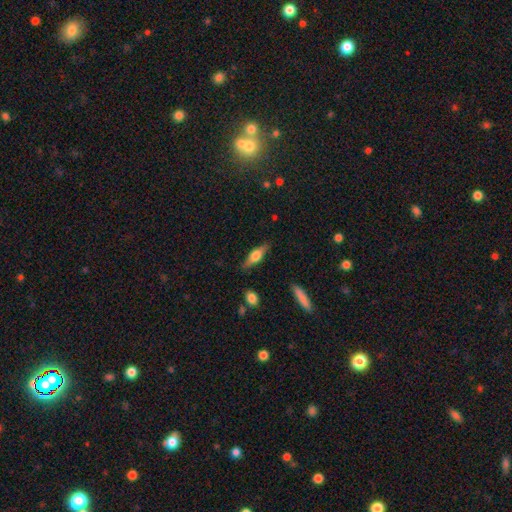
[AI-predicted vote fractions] Smooth or featured? smooth (48%)
Merging? none (83%)